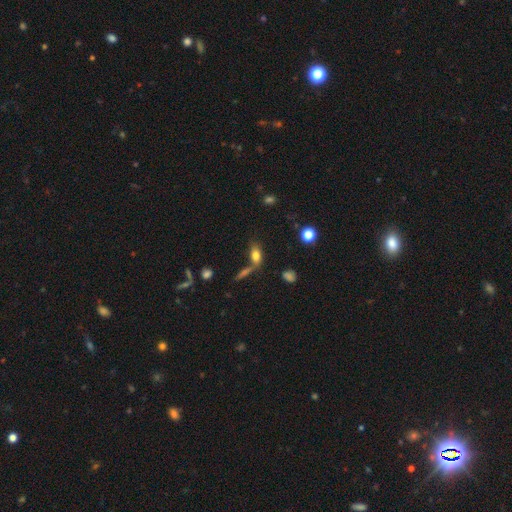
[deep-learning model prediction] A smooth galaxy with no disk features (74%) that is in between round and cigar-shaped (82%).

Vote fractions:
- Smooth or featured? smooth: 74% / featured or disk: 14% / star or artifact: 11%
- How rounded? in between: 82% / cigar-shaped: 11% / round: 7%
- Merging? none: 52% / merger: 27% / minor disturbance: 14% / major disturbance: 7%